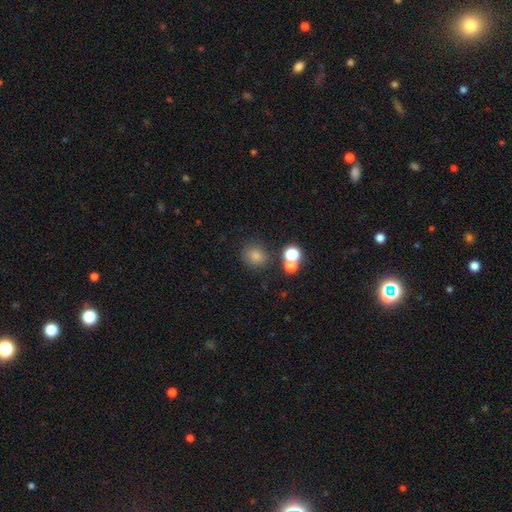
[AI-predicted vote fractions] A smooth galaxy with no disk features (71%) that is round (82%). Merging: none (78%).